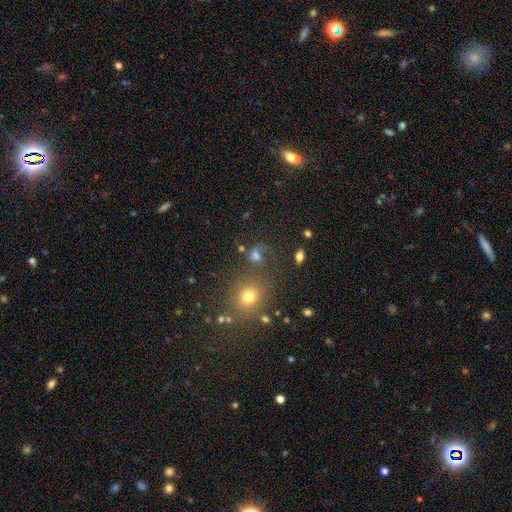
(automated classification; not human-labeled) Smooth or featured?
  - smooth: 54% *
  - star or artifact: 25%
  - featured or disk: 21%
How rounded?
  - round: 68% *
  - in between: 30%
  - cigar-shaped: 2%
Merging?
  - none: 52% *
  - merger: 18%
  - major disturbance: 16%
  - minor disturbance: 15%